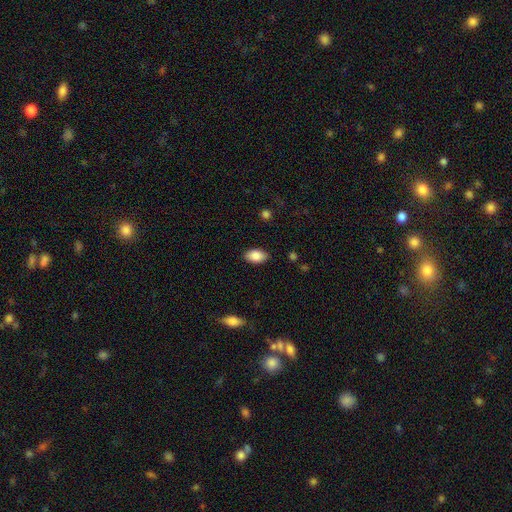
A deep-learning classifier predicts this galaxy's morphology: This appears to be a smooth galaxy with no disk features (87%) that is in between round and cigar-shaped (92%). Merging: none (86%).